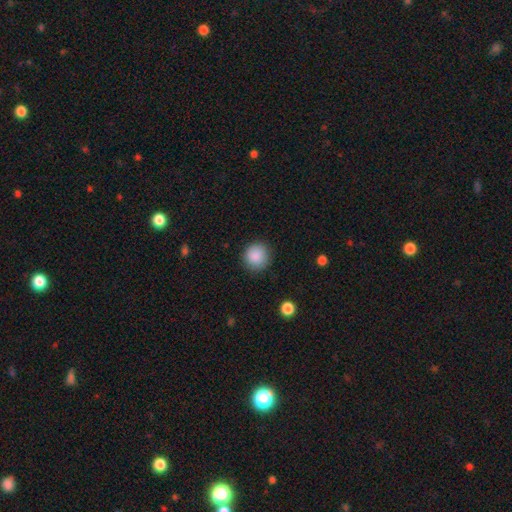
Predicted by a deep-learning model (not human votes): Overall: smooth (88%). How rounded: round (93%). Merging: none (89%).